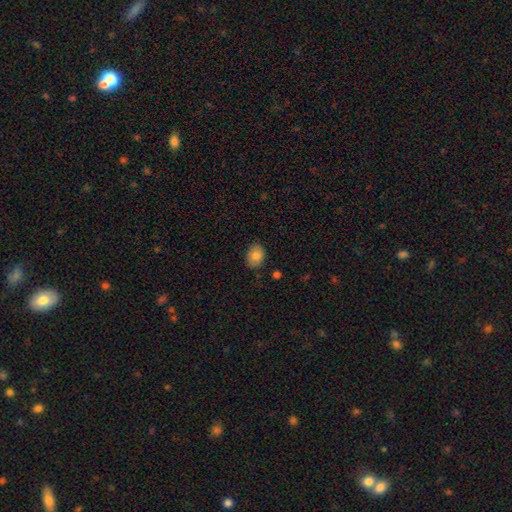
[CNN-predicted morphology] Overall: smooth (84%). How rounded: in between (67%; round 32%). Merging: none (83%).